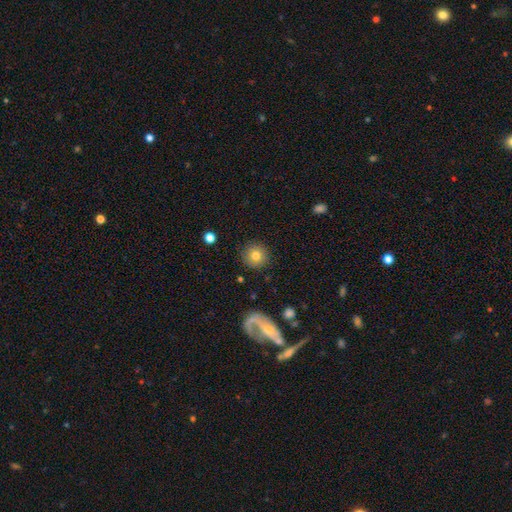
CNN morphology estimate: smooth_or_featured: smooth (p=0.77) [alt: featured or disk p=0.13]
how_rounded: round (p=0.94) [alt: in between p=0.05]
merging: none (p=0.89) [alt: minor disturbance p=0.06]